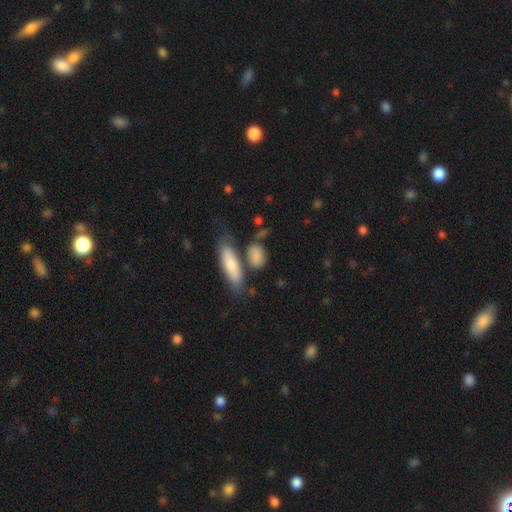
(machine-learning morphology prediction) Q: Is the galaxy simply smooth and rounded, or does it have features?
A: smooth — 82%.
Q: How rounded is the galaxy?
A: in between — 67%.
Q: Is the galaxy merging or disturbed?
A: none — 56%.